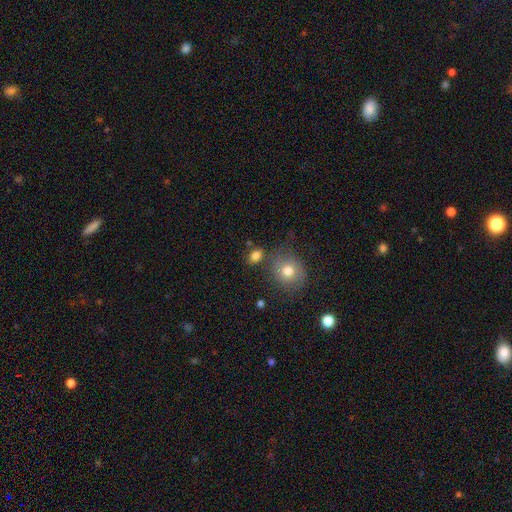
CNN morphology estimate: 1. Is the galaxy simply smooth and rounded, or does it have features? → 81% smooth, 12% star or artifact, 7% featured or disk.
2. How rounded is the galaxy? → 63% in between, 35% round, 2% cigar-shaped.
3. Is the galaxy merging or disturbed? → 70% none, 14% minor disturbance, 12% merger, 5% major disturbance.